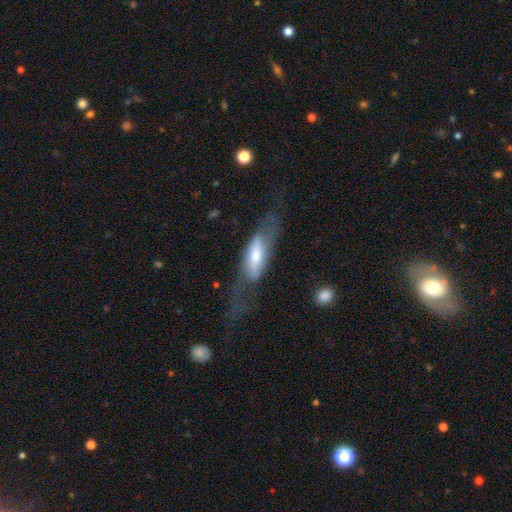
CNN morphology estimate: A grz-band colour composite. It shows a featured or disk galaxy (53%). Merging: none (45%).